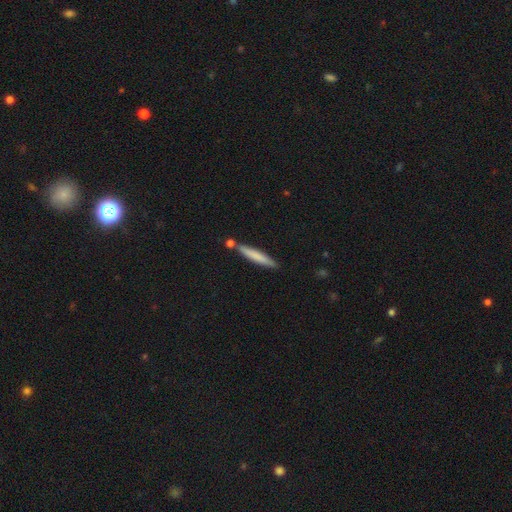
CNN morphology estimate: Smooth or featured: smooth — 73% (featured or disk — 22%)
How rounded: cigar-shaped — 94% (in between — 5%)
Merging: none — 78% (minor disturbance — 11%)